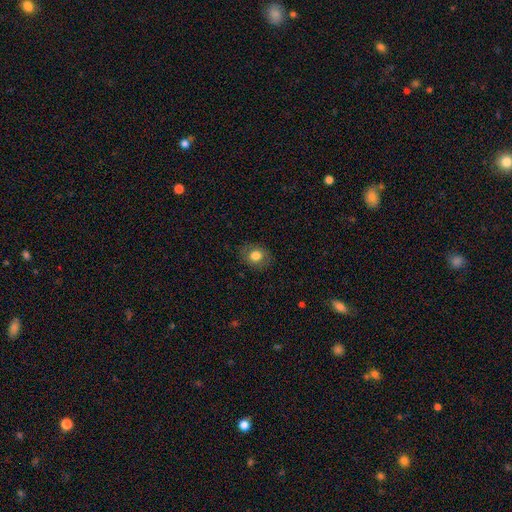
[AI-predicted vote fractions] smooth_or_featured: smooth (p=0.76) [alt: featured or disk p=0.15]
how_rounded: round (p=0.56) [alt: in between p=0.43]
merging: none (p=0.83) [alt: minor disturbance p=0.12]